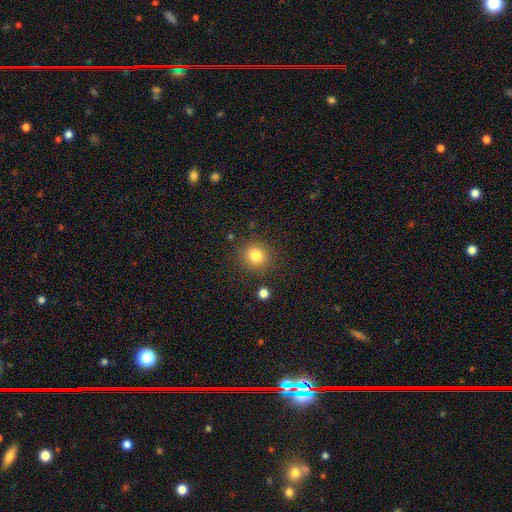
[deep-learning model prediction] Smooth or featured: smooth — 82% (star or artifact — 12%)
How rounded: round — 89% (in between — 10%)
Merging: none — 86% (minor disturbance — 8%)